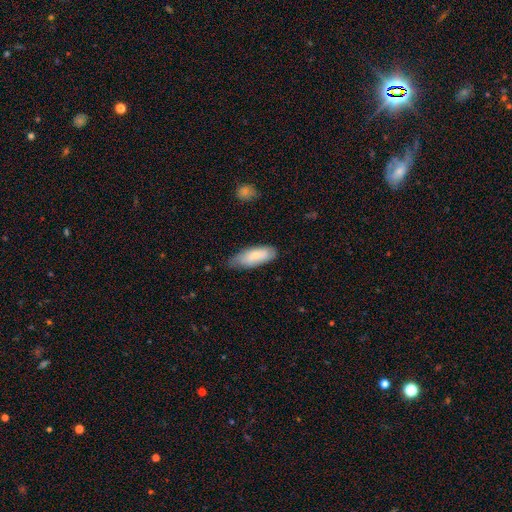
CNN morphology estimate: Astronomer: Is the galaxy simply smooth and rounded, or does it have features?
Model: smooth — 78%.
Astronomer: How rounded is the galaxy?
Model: in between — 74%.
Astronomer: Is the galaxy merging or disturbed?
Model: none — 62%.